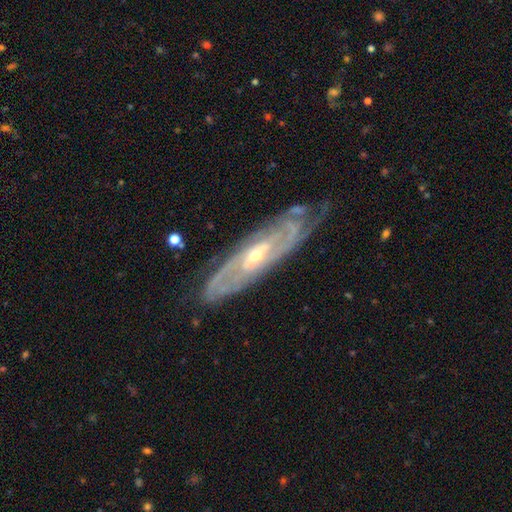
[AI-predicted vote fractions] A featured or disk galaxy (87%) with no bar (47%), tight (67%) spiral arms (96%) and a small central bulge (62%).

Vote fractions:
- Smooth or featured? featured or disk: 87% / smooth: 7% / star or artifact: 6%
- Edge-on disk? no: 81% / yes: 19%
- Bar? no: 47% / weak: 34% / strong: 19%
- Spiral arms? yes: 96% / no: 4%
- Spiral winding? tight: 67% / medium: 27% / loose: 6%
- Spiral arm count? can't tell: 36% / 2: 27% / 3: 15% / 4: 10% / more than 4: 6% / 1: 5%
- Bulge size? small: 62% / moderate: 35% / large: 1% / none: 1% / dominant: 1%
- Merging? none: 74% / minor disturbance: 19% / major disturbance: 6% / merger: 2%